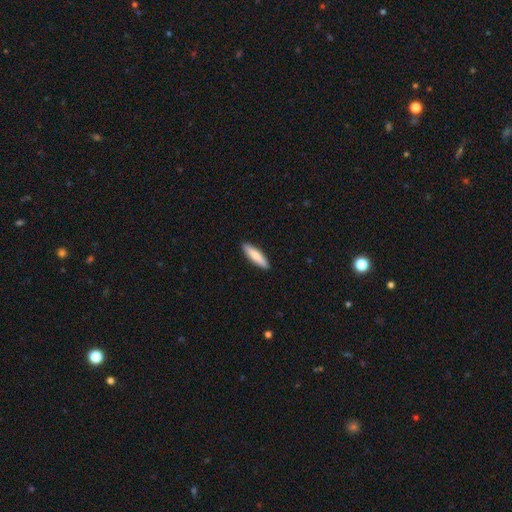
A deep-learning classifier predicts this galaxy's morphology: Q: Smooth or featured?
A: smooth (78%); runner-up: featured or disk (17%)
Q: How rounded?
A: cigar-shaped (69%); runner-up: in between (29%)
Q: Merging?
A: none (91%); runner-up: minor disturbance (7%)